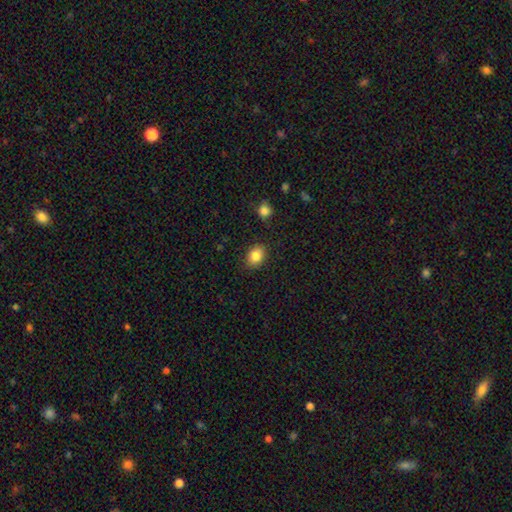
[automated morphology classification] type=smooth (85%); roundness=in between (71%); merging=none (86%).